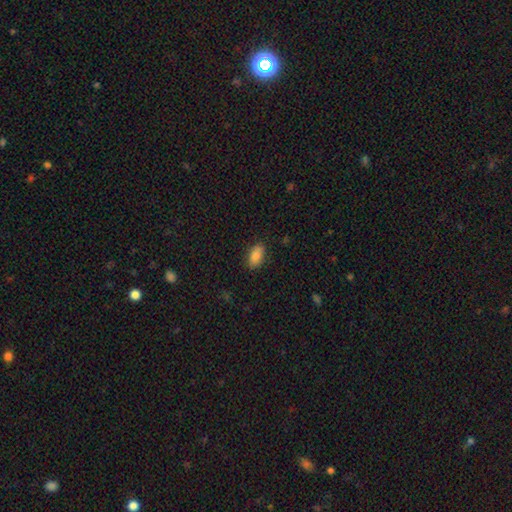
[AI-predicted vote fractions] smooth-or-featured: smooth: 88% | star or artifact: 8% | featured or disk: 5%
  how-rounded: in between: 92% | cigar-shaped: 4% | round: 4%
  merging: none: 86% | minor disturbance: 10% | major disturbance: 3% | merger: 1%